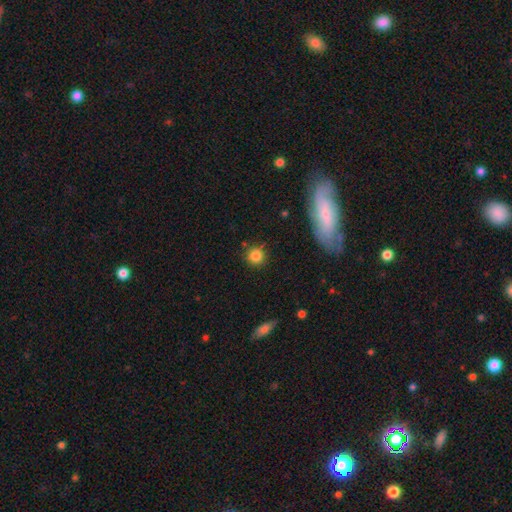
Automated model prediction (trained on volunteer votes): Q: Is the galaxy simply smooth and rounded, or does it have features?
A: smooth — 83%.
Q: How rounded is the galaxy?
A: round — 92%.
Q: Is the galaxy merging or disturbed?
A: none — 84%.